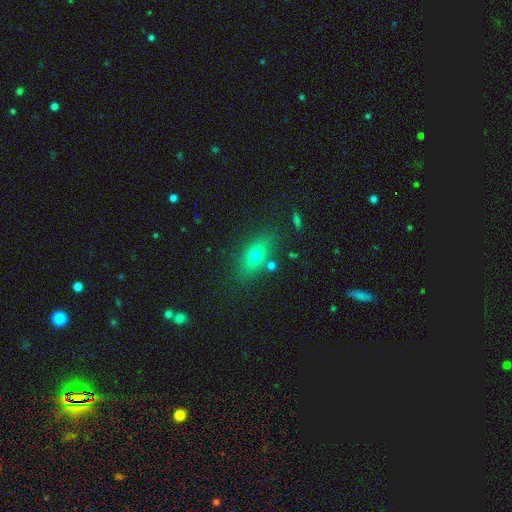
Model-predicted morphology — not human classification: The model was most divided on "smooth or featured": smooth: 69%, featured or disk: 19%, star or artifact: 12%. More confident: merging — none (77%); how rounded — in between (72%).